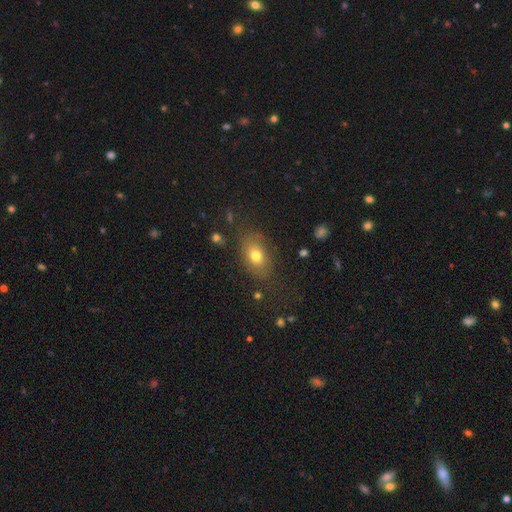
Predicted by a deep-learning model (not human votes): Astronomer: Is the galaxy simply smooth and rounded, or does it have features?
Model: smooth — 74%.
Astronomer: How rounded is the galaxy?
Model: in between — 81%.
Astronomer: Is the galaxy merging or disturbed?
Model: none — 76%.